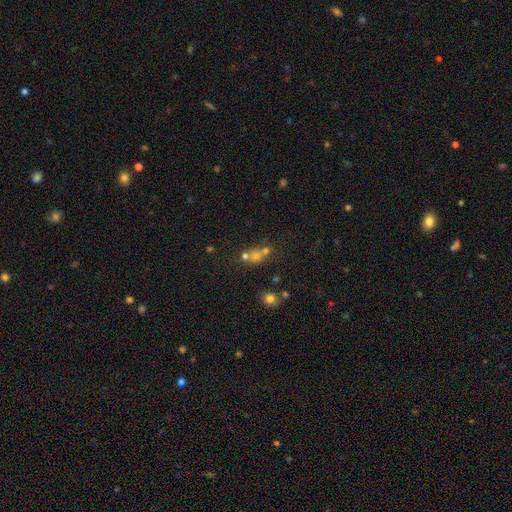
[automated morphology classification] This appears to be a smooth galaxy with no disk features (53%) that is round (76%). Merging: none (45%).